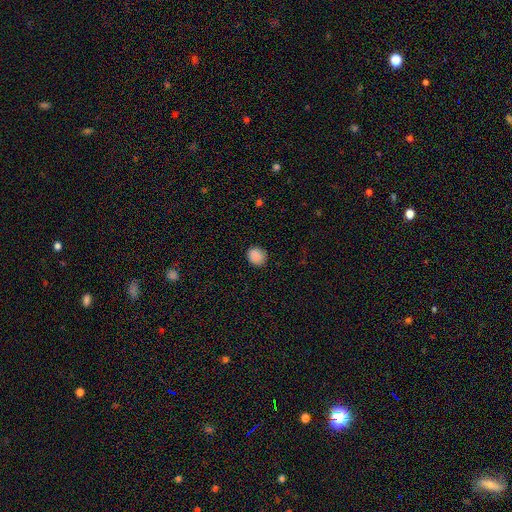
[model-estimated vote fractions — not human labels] Smooth or featured?
  - smooth: 88% *
  - star or artifact: 9%
  - featured or disk: 3%
How rounded?
  - round: 70% *
  - in between: 29%
  - cigar-shaped: 1%
Merging?
  - none: 88% *
  - minor disturbance: 9%
  - major disturbance: 2%
  - merger: 1%